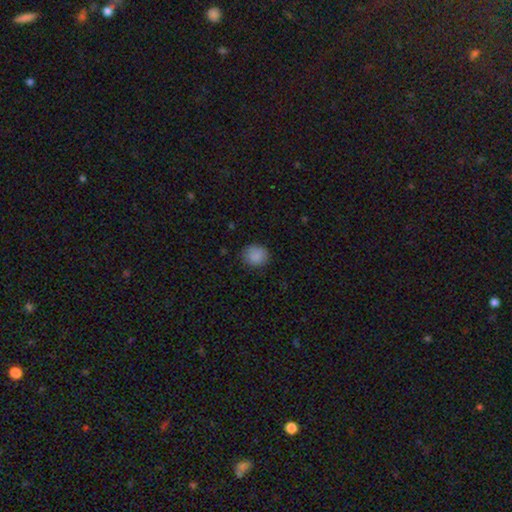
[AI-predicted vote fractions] A smooth galaxy with no disk features (88%) that is round (78%).

Vote fractions:
- Smooth or featured? smooth: 88% / star or artifact: 9% / featured or disk: 4%
- How rounded? round: 78% / in between: 21% / cigar-shaped: 1%
- Merging? none: 85% / minor disturbance: 11% / major disturbance: 3% / merger: 1%